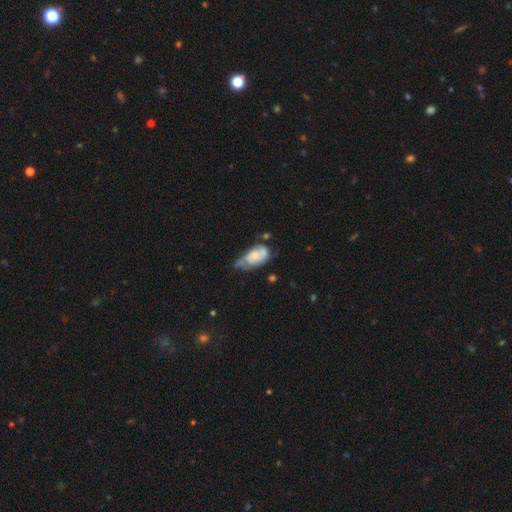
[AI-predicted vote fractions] featured or disk 48%, smooth 45%, star or artifact 7%. Down the decision tree: merging — minor disturbance (38%).